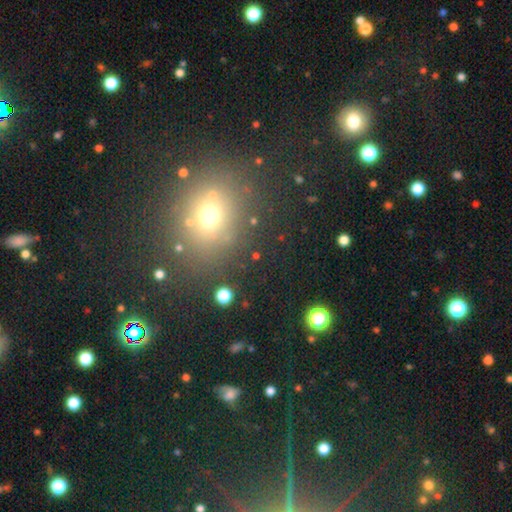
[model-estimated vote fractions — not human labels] Overall: smooth (56%; star or artifact 33%). How rounded: round (70%). Merging: none (80%).